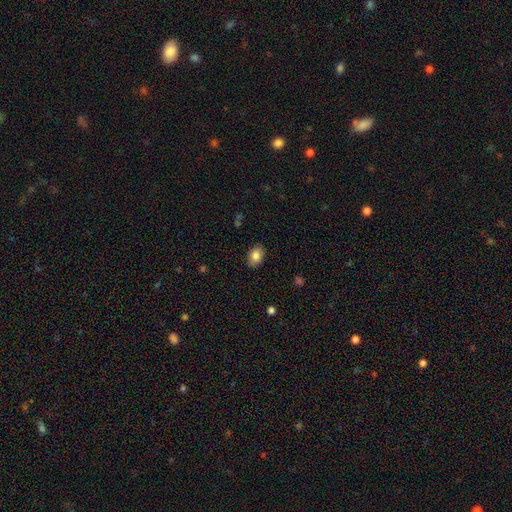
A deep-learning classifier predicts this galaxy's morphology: Overall: smooth (83%). How rounded: in between (78%). Merging: none (87%).